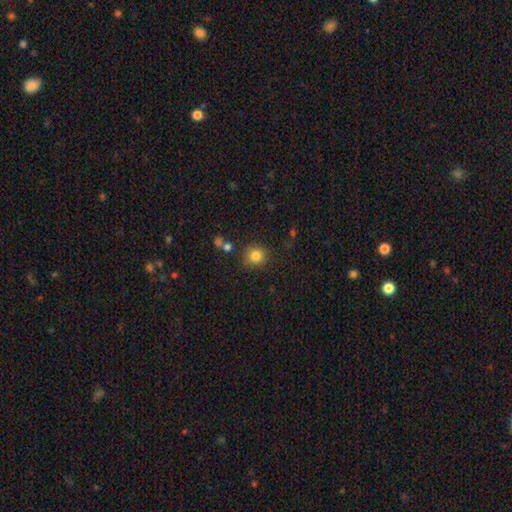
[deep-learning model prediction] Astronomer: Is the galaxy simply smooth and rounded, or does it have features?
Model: smooth — 83%.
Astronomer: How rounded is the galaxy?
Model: round — 92%.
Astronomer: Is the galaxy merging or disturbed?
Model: none — 85%.